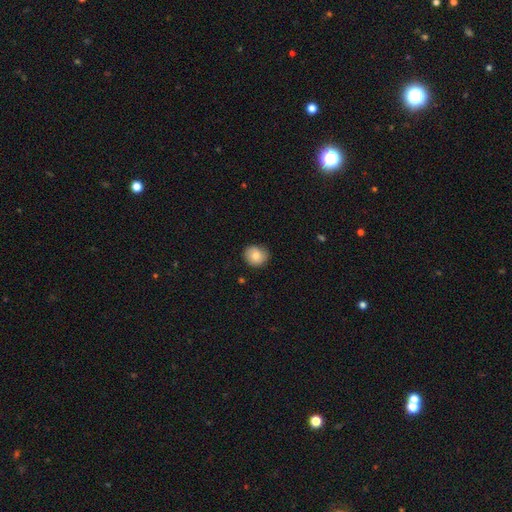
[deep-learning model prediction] The model was most divided on "smooth or featured": smooth: 80%, featured or disk: 12%, star or artifact: 8%. More confident: how rounded — round (84%); merging — none (84%).